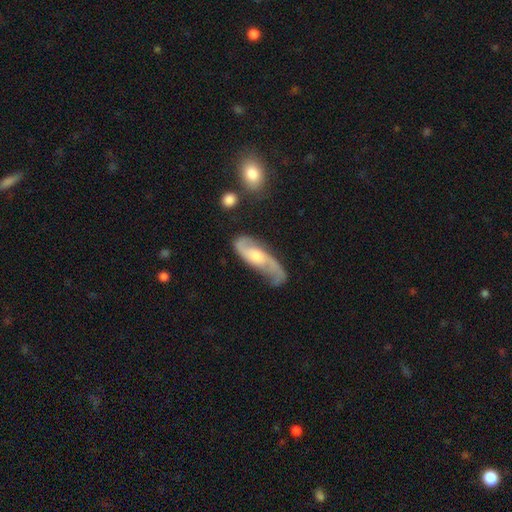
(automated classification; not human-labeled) Smooth or featured? featured or disk (78%)
Edge-on disk? no (89%)
Bar? no (58%)
Spiral arms? yes (94%)
Spiral winding? loose (48%)
Spiral arm count? 2 (84%)
Bulge size? moderate (57%)
Merging? none (52%)